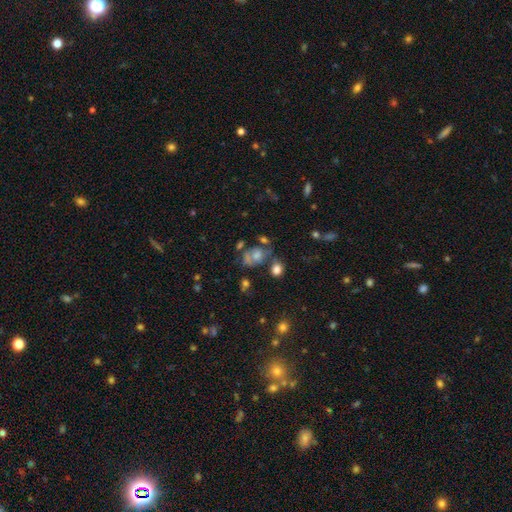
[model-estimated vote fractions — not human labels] This is possibly a smooth galaxy (56%). How rounded: possibly in between (53%). Merging: marginally none (35%).